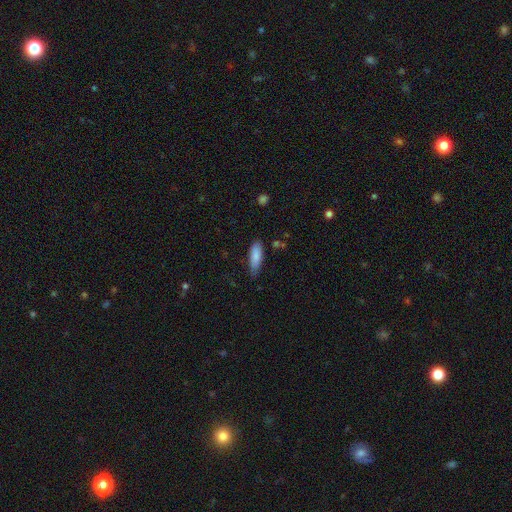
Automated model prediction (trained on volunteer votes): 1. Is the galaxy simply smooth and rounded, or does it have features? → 85% smooth, 9% featured or disk, 6% star or artifact.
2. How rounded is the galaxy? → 59% in between, 39% cigar-shaped, 2% round.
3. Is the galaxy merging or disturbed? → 75% none, 20% minor disturbance, 3% major disturbance, 2% merger.